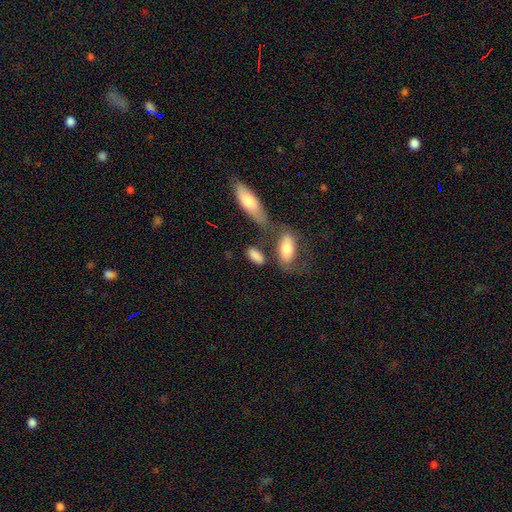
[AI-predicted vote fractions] A smooth galaxy with no disk features (81%) that is in between round and cigar-shaped (81%). Merging: none (58%).